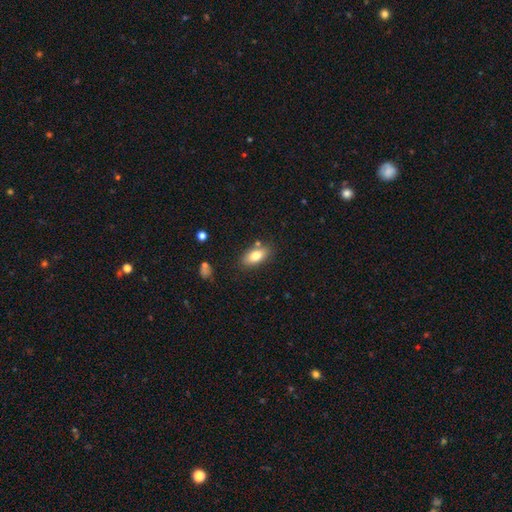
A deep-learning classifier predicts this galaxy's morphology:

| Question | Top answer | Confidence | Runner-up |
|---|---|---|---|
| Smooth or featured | smooth | 79% | featured or disk (13%) |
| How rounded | in between | 89% | cigar-shaped (7%) |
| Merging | none | 80% | minor disturbance (13%) |